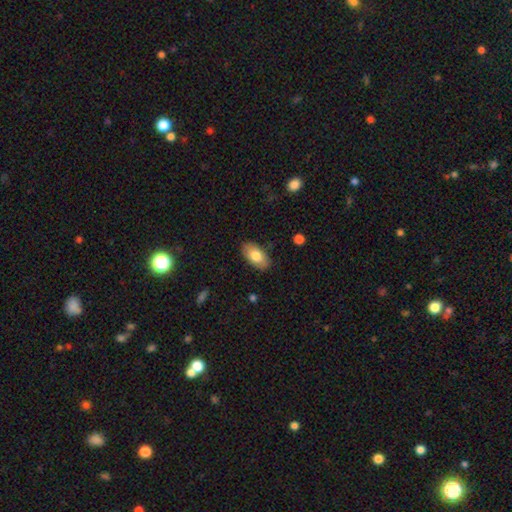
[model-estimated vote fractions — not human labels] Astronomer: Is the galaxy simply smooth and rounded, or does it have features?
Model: smooth — 78%.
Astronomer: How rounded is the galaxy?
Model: in between — 94%.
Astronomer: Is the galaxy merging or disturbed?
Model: none — 86%.